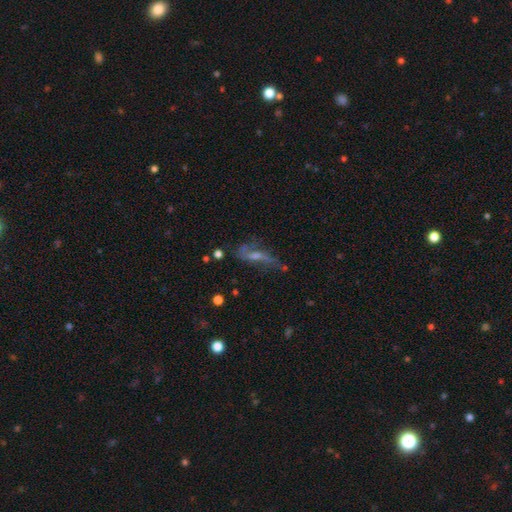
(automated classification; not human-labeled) Smooth or featured: featured or disk — 61% (smooth — 25%)
Edge-on disk: no — 70% (yes — 30%)
Merging: none — 46% (major disturbance — 23%)